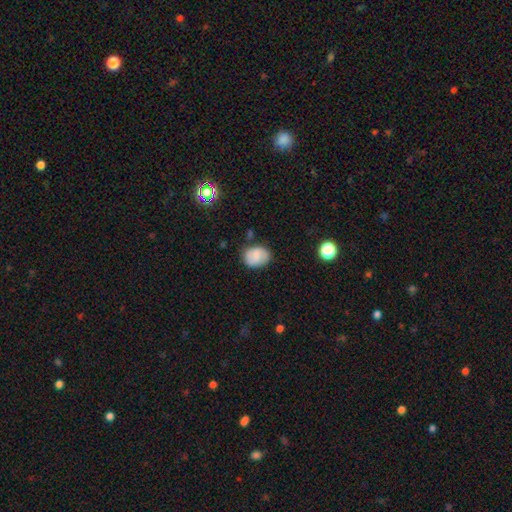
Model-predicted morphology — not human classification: Overall: smooth (70%). How rounded: in between (57%; round 42%). Merging: none (72%).